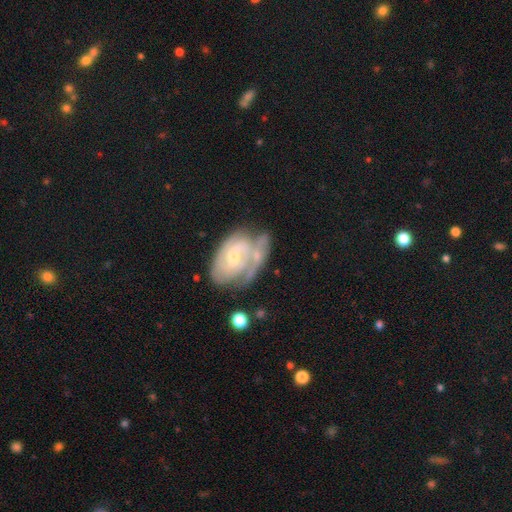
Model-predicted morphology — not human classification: This is clearly a featured or disk galaxy (81%). It is clearly not viewed edge-on (96%). Bar: possibly weak (50%). Spiral arm pattern: clearly yes (91%). Spiral arm count: possibly 2 (48%). Spiral winding: possibly tight (60%). Central bulge: possibly moderate (57%). Merging: marginally none (42%).